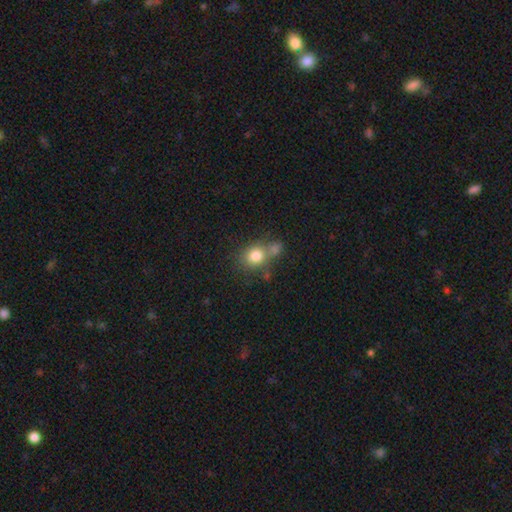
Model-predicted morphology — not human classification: smooth 79%, star or artifact 10%, featured or disk 10%. Down the decision tree: how rounded — round (69%); merging — none (45%).